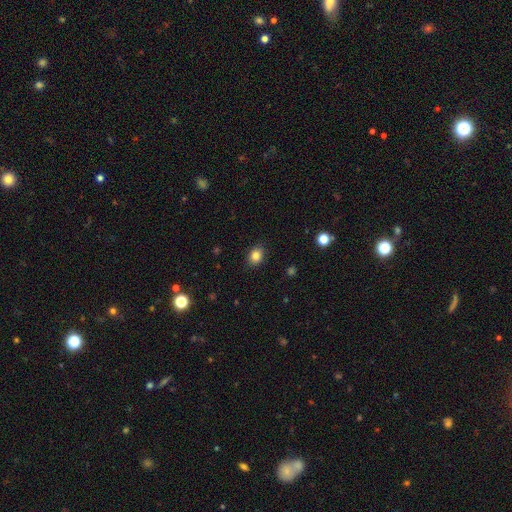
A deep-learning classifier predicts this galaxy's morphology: Smooth or featured? smooth (84%)
How rounded? in between (57%)
Merging? none (88%)